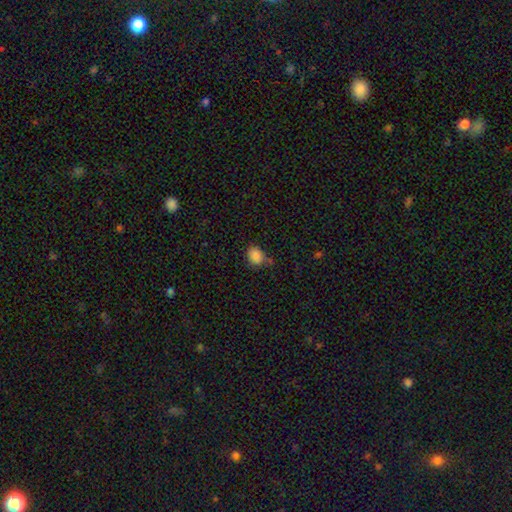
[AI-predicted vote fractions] Smooth or featured?
  - smooth: 86% *
  - star or artifact: 10%
  - featured or disk: 4%
How rounded?
  - round: 52% *
  - in between: 47%
  - cigar-shaped: 1%
Merging?
  - none: 61% *
  - minor disturbance: 23%
  - merger: 9%
  - major disturbance: 6%